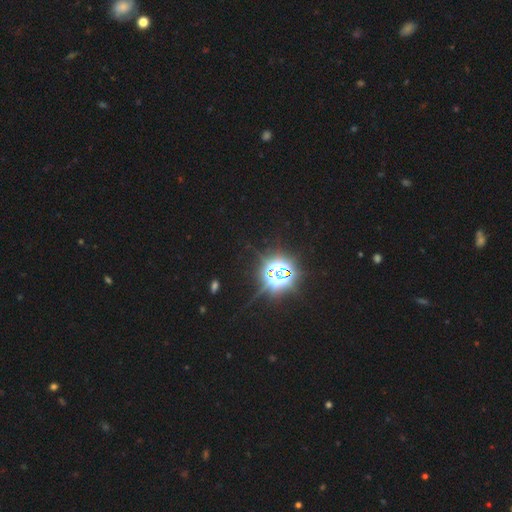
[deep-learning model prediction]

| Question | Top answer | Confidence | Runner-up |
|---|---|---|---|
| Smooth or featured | star or artifact | 84% | smooth (11%) |